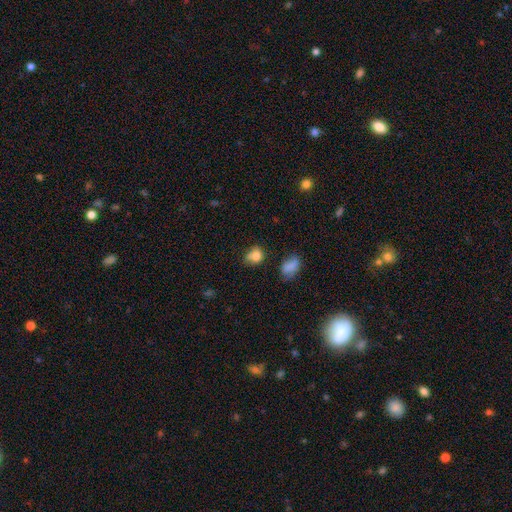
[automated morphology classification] Smooth or featured? smooth (80%)
How rounded? in between (49%, tied with round)
Merging? none (49%)